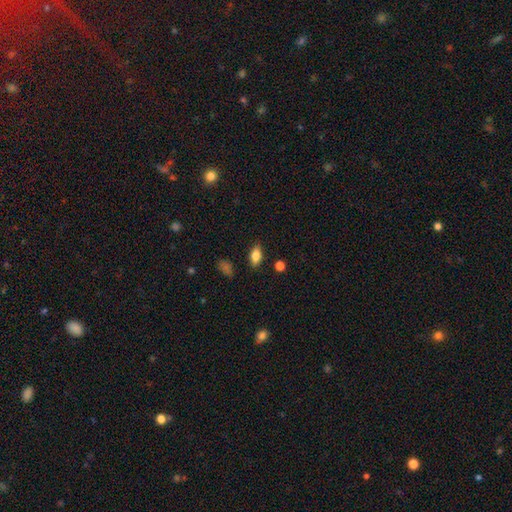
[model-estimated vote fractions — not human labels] A smooth galaxy with no disk features (79%) that is in between round and cigar-shaped (87%).

Vote fractions:
- Smooth or featured? smooth: 79% / featured or disk: 13% / star or artifact: 8%
- How rounded? in between: 87% / cigar-shaped: 8% / round: 5%
- Merging? none: 85% / minor disturbance: 11% / major disturbance: 3% / merger: 2%